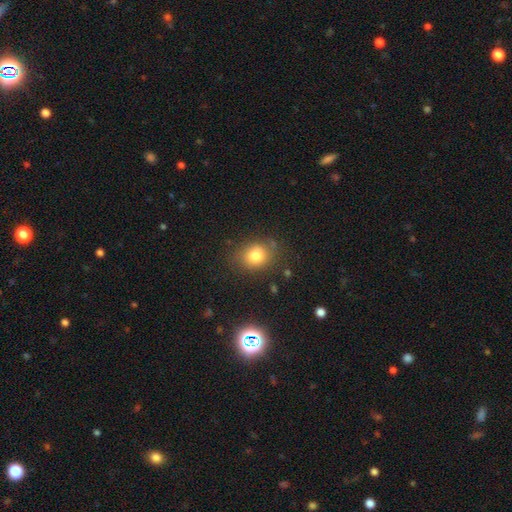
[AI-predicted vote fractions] A smooth galaxy with no disk features (79%) that is round (62%). Merging: none (76%).